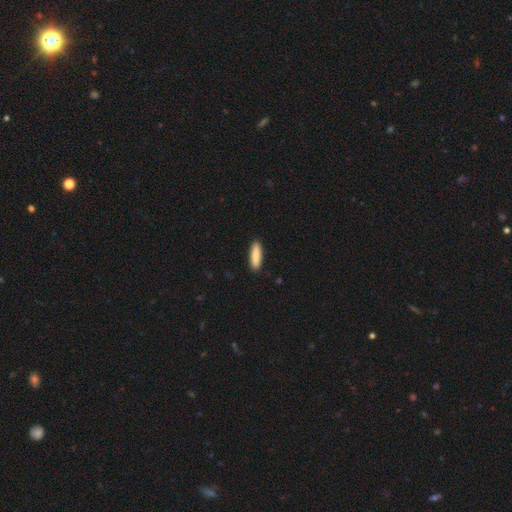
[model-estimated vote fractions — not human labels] This appears to be a smooth galaxy with no disk features (87%) that is cigar-shaped (65%). Merging: none (90%).